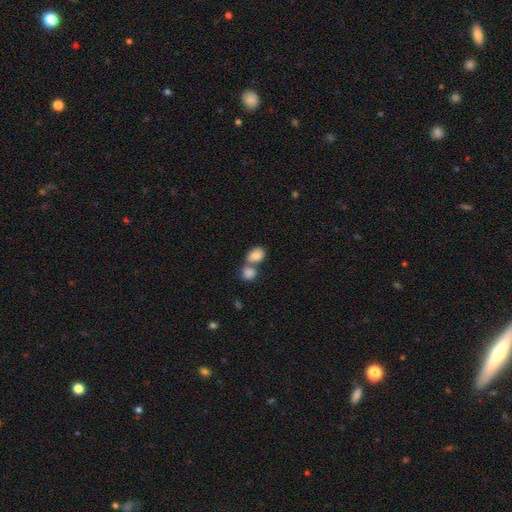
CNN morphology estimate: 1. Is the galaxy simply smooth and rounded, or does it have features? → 82% smooth, 10% featured or disk, 8% star or artifact.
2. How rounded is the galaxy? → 60% in between, 39% round, 1% cigar-shaped.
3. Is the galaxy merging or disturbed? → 62% merger, 27% none, 7% minor disturbance, 3% major disturbance.